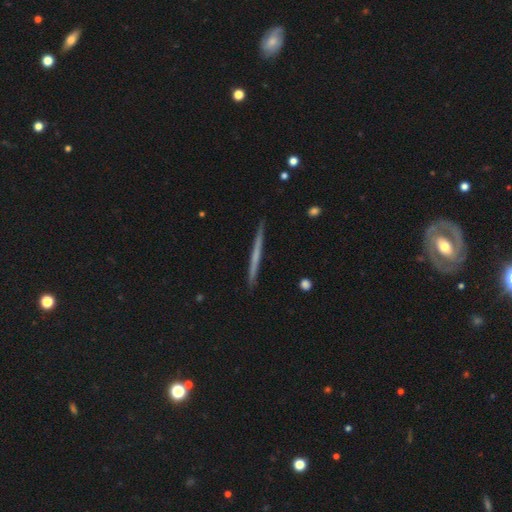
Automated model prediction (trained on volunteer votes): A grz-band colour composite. It shows a featured or disk galaxy (51%) viewed edge-on (98%). Merging: none (92%).